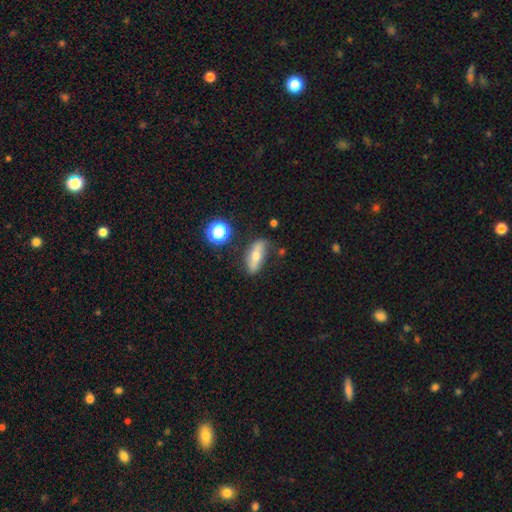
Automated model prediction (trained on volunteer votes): smooth_or_featured: smooth (p=0.48) [alt: featured or disk p=0.43]
merging: none (p=0.75) [alt: minor disturbance p=0.17]